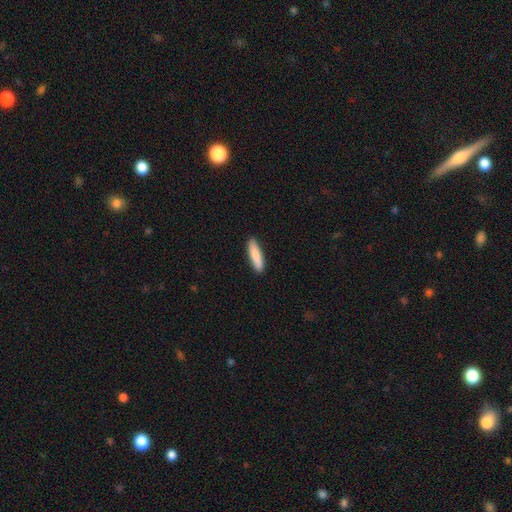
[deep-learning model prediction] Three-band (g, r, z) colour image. It shows a smooth galaxy with no disk features (86%) that is cigar-shaped (77%). Merging: none (90%).